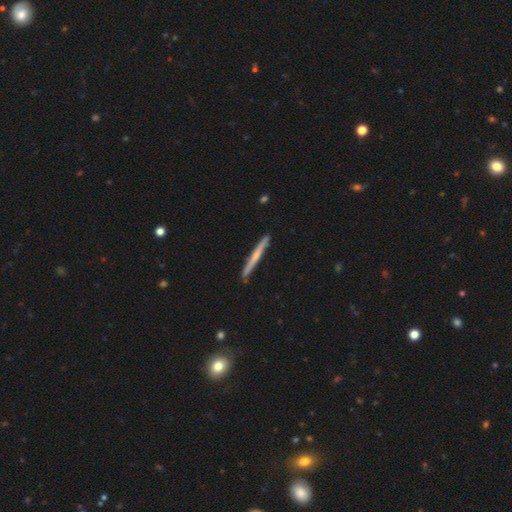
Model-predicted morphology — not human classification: Q: Smooth or featured?
A: featured or disk (51%); runner-up: smooth (43%)
Q: Edge-on disk?
A: yes (97%); runner-up: no (3%)
Q: Merging?
A: none (88%); runner-up: minor disturbance (9%)